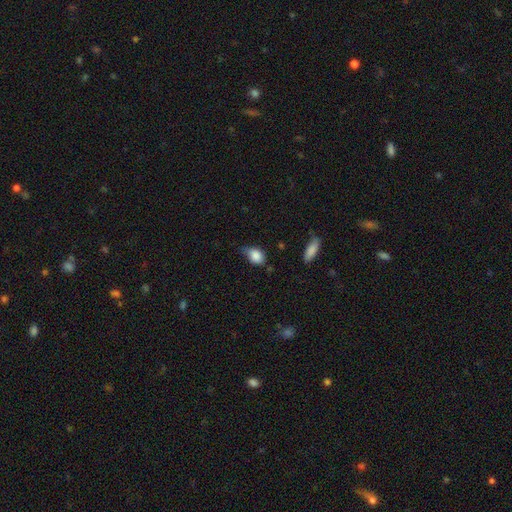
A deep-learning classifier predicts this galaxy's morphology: This appears to be a smooth galaxy with no disk features (85%) that is in between round and cigar-shaped (72%). Merging: minor disturbance (45%).